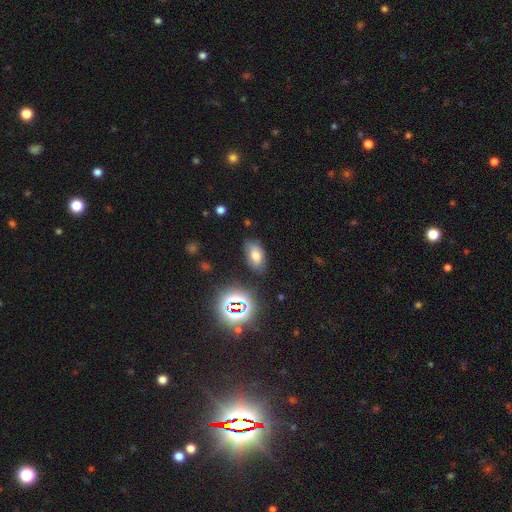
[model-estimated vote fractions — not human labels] Smooth or featured?
  - smooth: 67% *
  - star or artifact: 19%
  - featured or disk: 15%
How rounded?
  - in between: 90% *
  - round: 8%
  - cigar-shaped: 2%
Merging?
  - none: 78% *
  - minor disturbance: 15%
  - major disturbance: 4%
  - merger: 3%